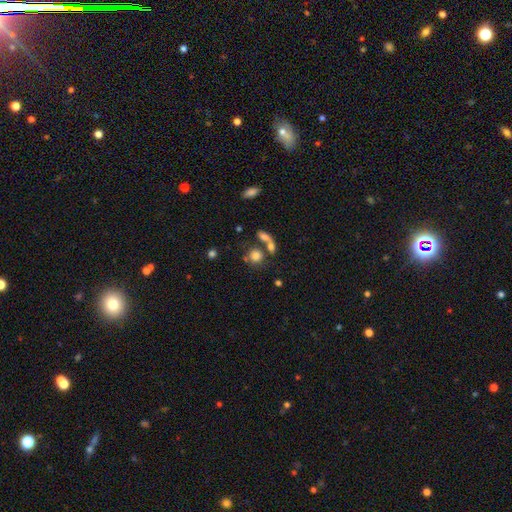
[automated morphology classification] Q: Smooth or featured?
A: smooth (77%); runner-up: star or artifact (12%)
Q: How rounded?
A: round (78%); runner-up: in between (20%)
Q: Merging?
A: none (49%); runner-up: merger (34%)